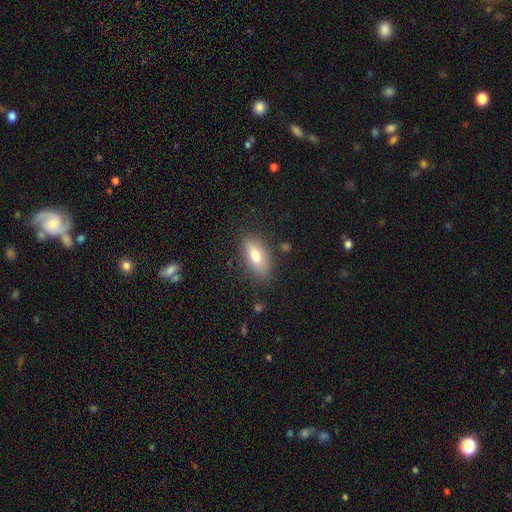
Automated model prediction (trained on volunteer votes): A smooth galaxy with no disk features (72%) that is in between round and cigar-shaped (79%). Merging: none (82%).